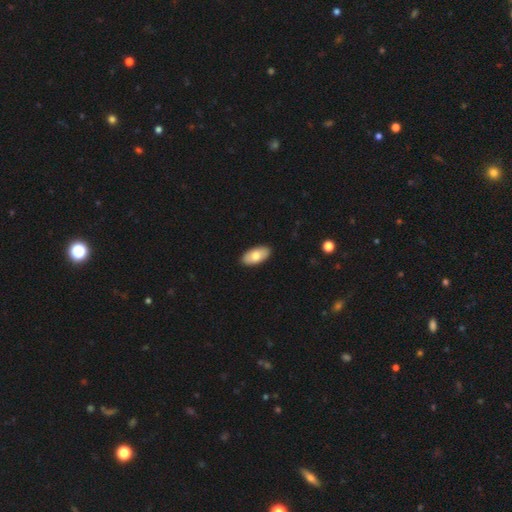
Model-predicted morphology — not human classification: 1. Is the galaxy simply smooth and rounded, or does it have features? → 75% smooth, 20% featured or disk, 5% star or artifact.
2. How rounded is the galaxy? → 94% in between, 3% cigar-shaped, 2% round.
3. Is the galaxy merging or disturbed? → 91% none, 7% minor disturbance, 1% major disturbance, 1% merger.